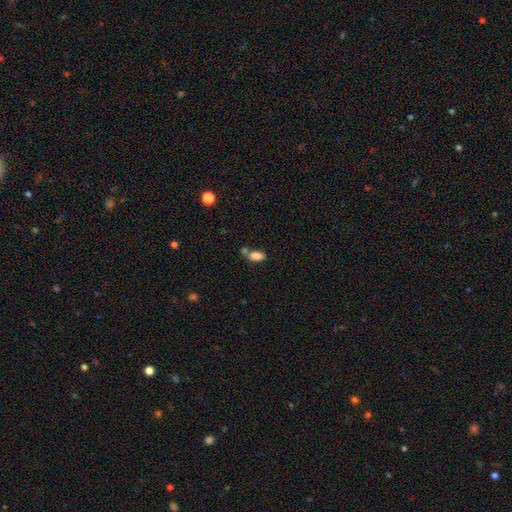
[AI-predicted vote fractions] Q: Smooth or featured?
A: smooth (84%); runner-up: star or artifact (10%)
Q: How rounded?
A: in between (90%); runner-up: cigar-shaped (5%)
Q: Merging?
A: none (45%); runner-up: merger (37%)